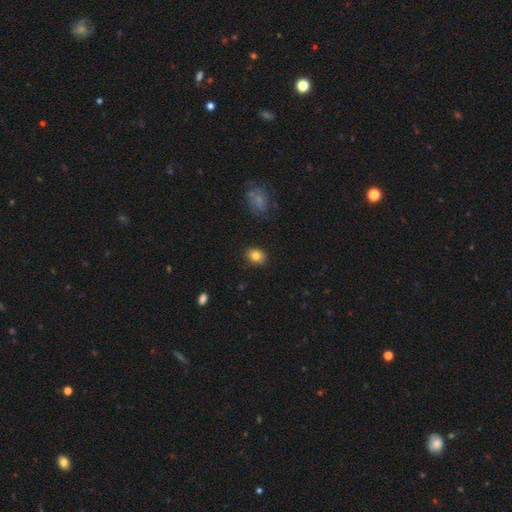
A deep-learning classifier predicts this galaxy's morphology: type=smooth (83%); roundness=in between (52%); merging=none (86%).